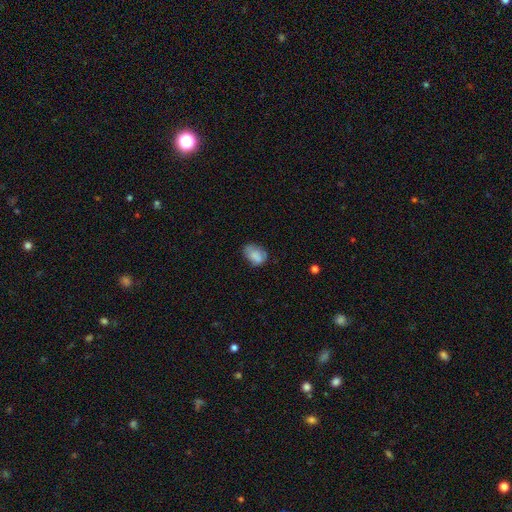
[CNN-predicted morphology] Smooth or featured: smooth — 76% (featured or disk — 15%)
How rounded: in between — 77% (round — 21%)
Merging: none — 53% (minor disturbance — 32%)